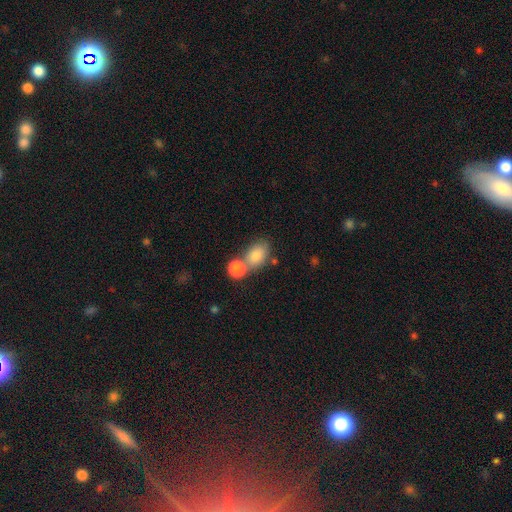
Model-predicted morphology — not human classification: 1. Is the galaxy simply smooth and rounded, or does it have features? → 83% smooth, 9% featured or disk, 9% star or artifact.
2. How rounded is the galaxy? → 80% in between, 18% round, 2% cigar-shaped.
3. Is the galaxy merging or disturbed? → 45% none, 37% merger, 13% minor disturbance, 5% major disturbance.